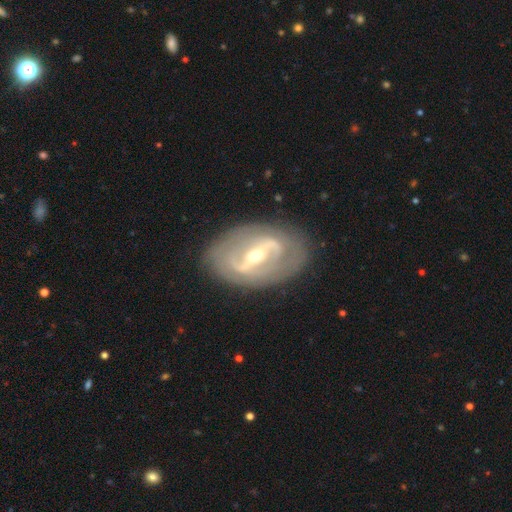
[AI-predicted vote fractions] Smooth or featured?
  - featured or disk: 83% *
  - smooth: 12%
  - star or artifact: 5%
Edge-on disk?
  - no: 93% *
  - yes: 7%
Bar?
  - strong: 62% *
  - weak: 28%
  - no: 10%
Spiral arms?
  - yes: 67% *
  - no: 33%
Spiral winding?
  - tight: 50% *
  - medium: 34%
  - loose: 16%
Spiral arm count?
  - 2: 61% *
  - can't tell: 26%
  - 3: 5%
  - 1: 3%
  - 4: 2%
  - more than 4: 2%
Bulge size?
  - moderate: 50% *
  - small: 46%
  - large: 3%
  - none: 1%
  - dominant: 1%
Merging?
  - none: 80% *
  - minor disturbance: 13%
  - major disturbance: 5%
  - merger: 1%